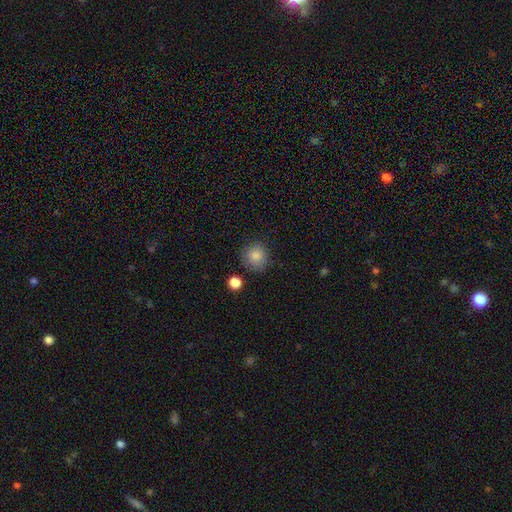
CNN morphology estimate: A smooth galaxy with no disk features (85%) that is round (90%). Merging: none (83%).